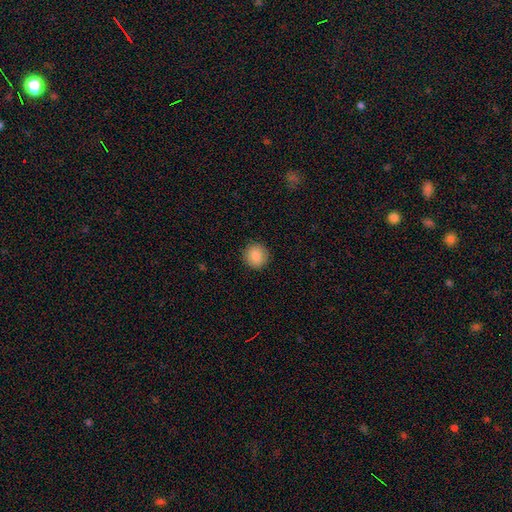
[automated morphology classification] Smooth or featured?
  - smooth: 87% *
  - star or artifact: 8%
  - featured or disk: 5%
How rounded?
  - round: 94% *
  - in between: 5%
  - cigar-shaped: 1%
Merging?
  - none: 91% *
  - minor disturbance: 6%
  - major disturbance: 2%
  - merger: 1%